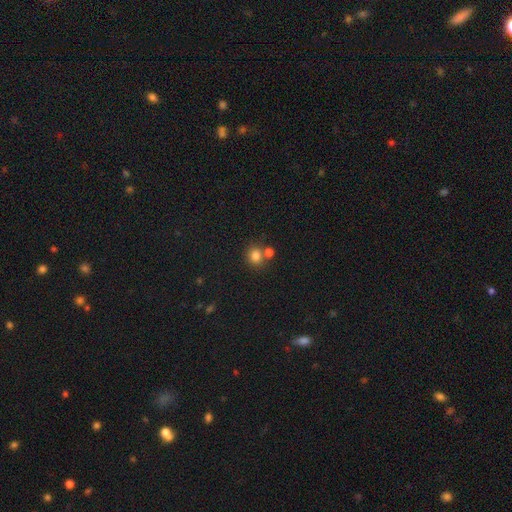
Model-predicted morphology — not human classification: smooth_or_featured: smooth (p=0.81) [alt: star or artifact p=0.13]
how_rounded: round (p=0.84) [alt: in between p=0.15]
merging: none (p=0.63) [alt: merger p=0.26]